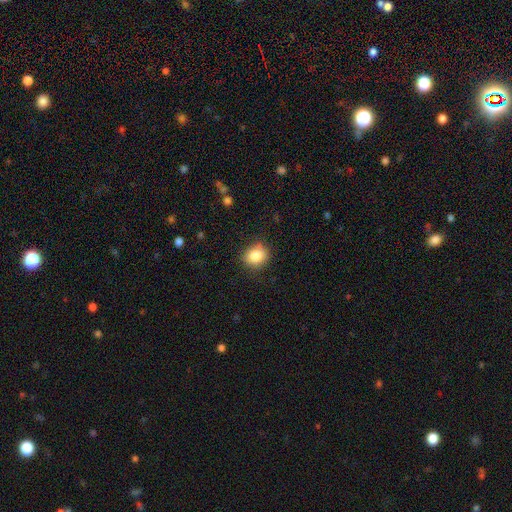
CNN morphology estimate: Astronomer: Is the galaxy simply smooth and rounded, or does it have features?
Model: smooth — 85%.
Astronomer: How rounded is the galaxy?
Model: round — 63%.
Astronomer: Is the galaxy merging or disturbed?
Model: none — 80%.